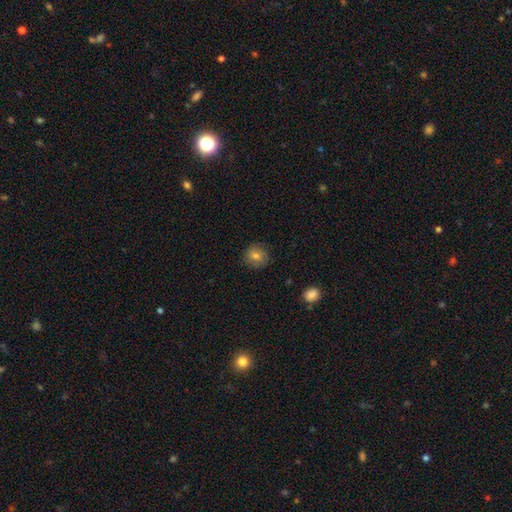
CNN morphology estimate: smooth_or_featured: smooth (p=0.72) [alt: featured or disk p=0.17]
how_rounded: round (p=0.88) [alt: in between p=0.11]
merging: none (p=0.85) [alt: minor disturbance p=0.11]